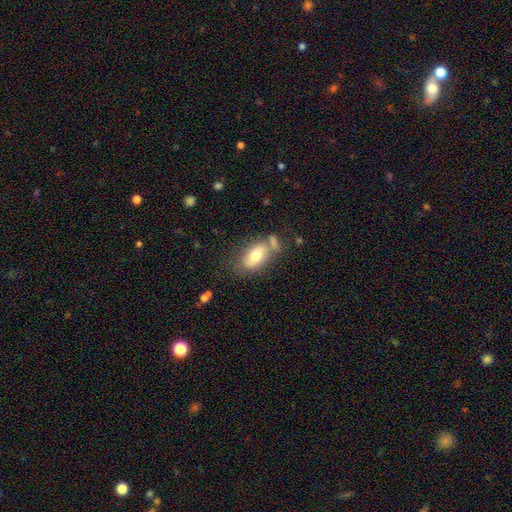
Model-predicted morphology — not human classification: This appears to be a smooth galaxy with no disk features (71%) that is in between round and cigar-shaped (90%). Merging: none (54%).